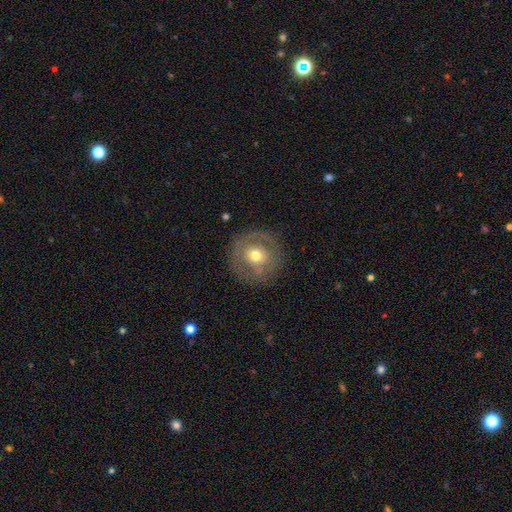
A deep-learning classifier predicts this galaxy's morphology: Smooth or featured?
  - smooth: 49% *
  - featured or disk: 43%
  - star or artifact: 8%
Merging?
  - none: 81% *
  - minor disturbance: 12%
  - major disturbance: 6%
  - merger: 1%